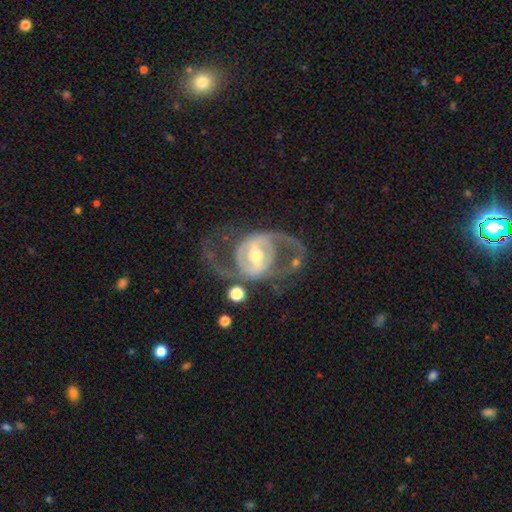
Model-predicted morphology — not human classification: Smooth or featured?
  - featured or disk: 87% *
  - smooth: 8%
  - star or artifact: 5%
Edge-on disk?
  - no: 96% *
  - yes: 4%
Bar?
  - weak: 38% * (tied)
  - strong: 38% * (tied)
  - no: 23%
Spiral arms?
  - yes: 86% *
  - no: 14%
Spiral winding?
  - medium: 51% *
  - loose: 33%
  - tight: 15%
Spiral arm count?
  - 2: 88% *
  - can't tell: 5%
  - 1: 3%
  - 3: 2%
  - 4: 1%
  - more than 4: 1%
Bulge size?
  - moderate: 67% *
  - small: 24%
  - large: 7%
  - none: 1%
  - dominant: 1%
Merging?
  - none: 59% *
  - major disturbance: 22%
  - minor disturbance: 15%
  - merger: 4%